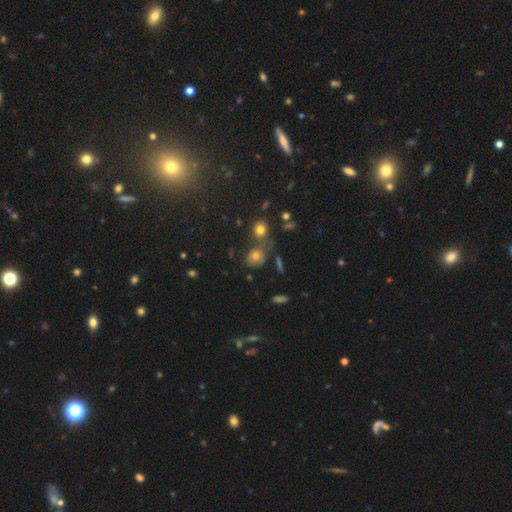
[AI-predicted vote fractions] This appears to be a smooth galaxy with no disk features (63%) that is round (63%). Merging: none (53%).